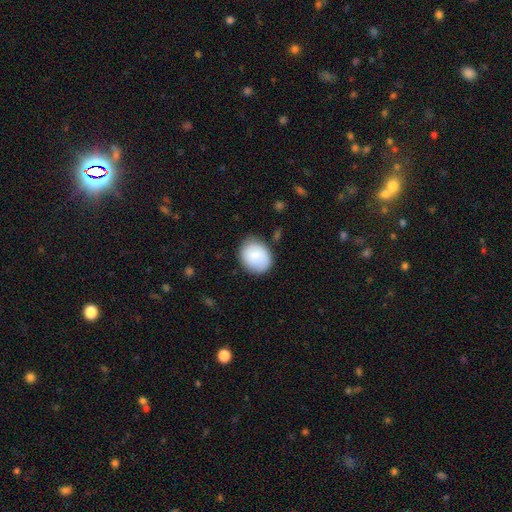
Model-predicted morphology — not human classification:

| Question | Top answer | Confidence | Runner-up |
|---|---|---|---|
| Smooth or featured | smooth | 83% | featured or disk (11%) |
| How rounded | round | 59% | in between (40%) |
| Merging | none | 75% | minor disturbance (19%) |